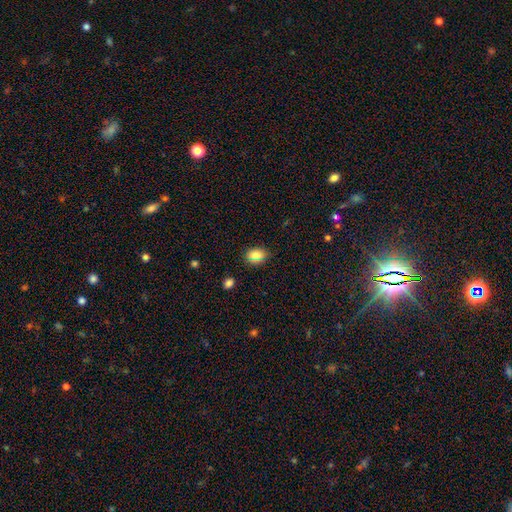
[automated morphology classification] Smooth or featured?
  - smooth: 82% *
  - star or artifact: 10%
  - featured or disk: 8%
How rounded?
  - in between: 75% *
  - round: 23%
  - cigar-shaped: 2%
Merging?
  - none: 82% *
  - minor disturbance: 14%
  - major disturbance: 3%
  - merger: 2%